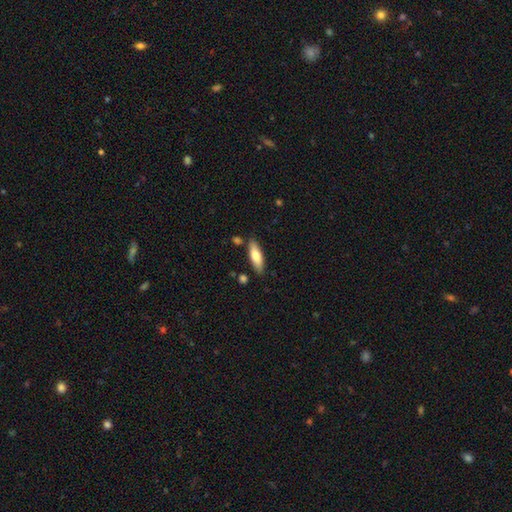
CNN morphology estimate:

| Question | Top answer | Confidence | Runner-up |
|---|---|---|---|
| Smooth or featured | smooth | 71% | featured or disk (23%) |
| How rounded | in between | 52% | cigar-shaped (47%) |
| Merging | none | 82% | minor disturbance (12%) |